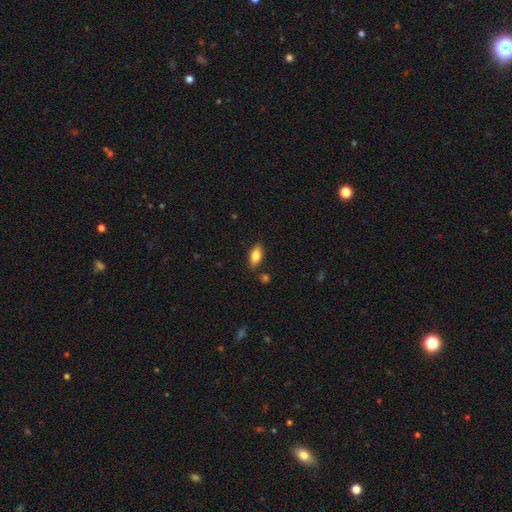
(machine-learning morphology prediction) Smooth or featured? Predicted: smooth (p=0.81). How rounded? Predicted: in between (p=0.88). Merging? Predicted: none (p=0.83).